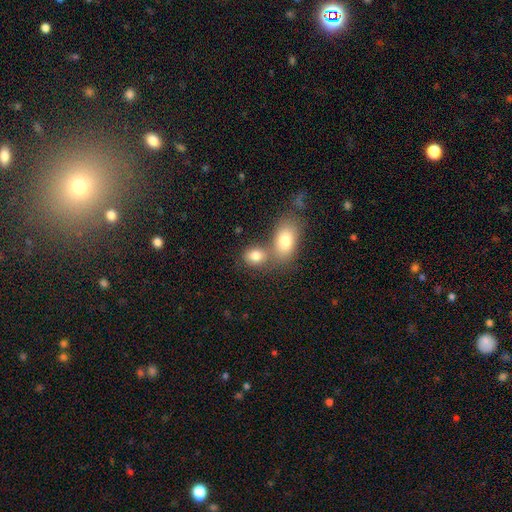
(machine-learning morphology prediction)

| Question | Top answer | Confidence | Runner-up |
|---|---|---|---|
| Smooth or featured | smooth | 79% | featured or disk (11%) |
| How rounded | in between | 64% | round (35%) |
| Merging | merger | 48% | none (39%) |